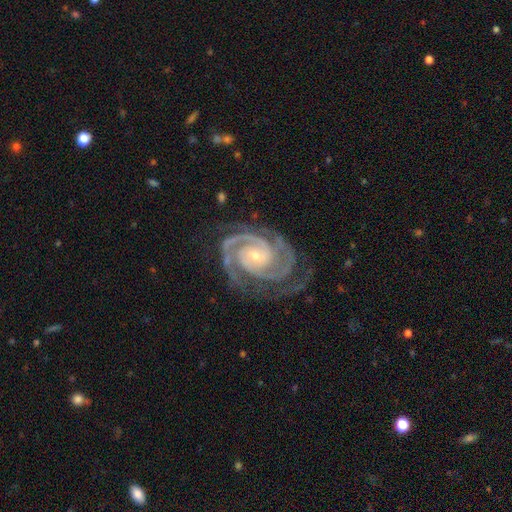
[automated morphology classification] smooth-or-featured: featured or disk: 94% | star or artifact: 4% | smooth: 2%
  disk-edge-on: no: 98% | yes: 2%
    bar: no: 53% | weak: 31% | strong: 16%
    has-spiral-arms: yes: 99% | no: 1%
      spiral-winding: tight: 75% | medium: 23% | loose: 2%
      spiral-arm-count: 2: 63% | 3: 21% | can't tell: 5% | 4: 5% | 1: 3% | more than 4: 3%
    bulge-size: small: 70% | moderate: 26% | none: 1% | large: 1% | dominant: 1%
  merging: none: 73% | minor disturbance: 18% | major disturbance: 8% | merger: 1%